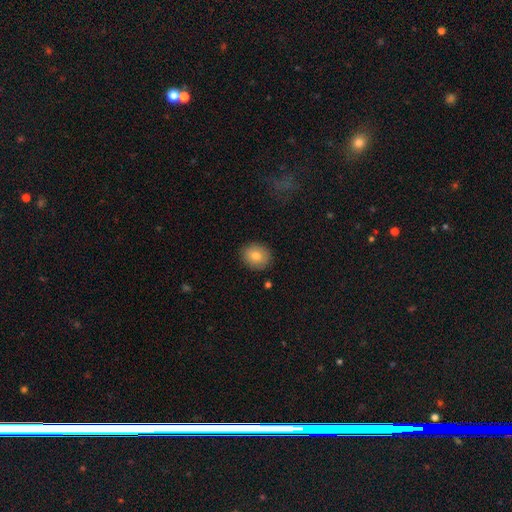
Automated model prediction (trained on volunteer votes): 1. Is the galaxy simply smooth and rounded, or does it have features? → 80% smooth, 11% featured or disk, 9% star or artifact.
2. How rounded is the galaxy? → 80% round, 20% in between, 1% cigar-shaped.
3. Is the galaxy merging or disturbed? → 89% none, 8% minor disturbance, 2% major disturbance, 1% merger.